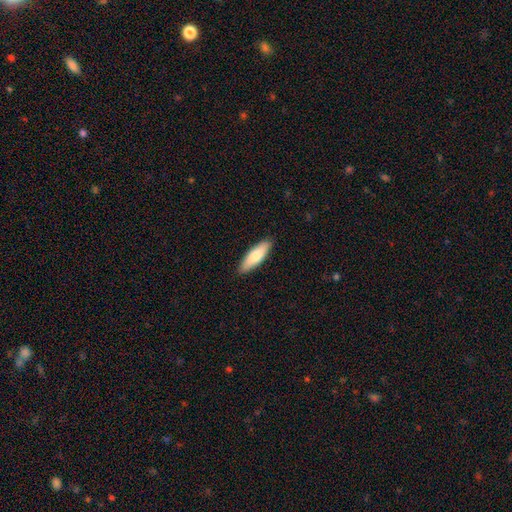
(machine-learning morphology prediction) smooth_or_featured: smooth (p=0.78) [alt: featured or disk p=0.17]
how_rounded: cigar-shaped (p=0.54) [alt: in between p=0.44]
merging: none (p=0.89) [alt: minor disturbance p=0.08]